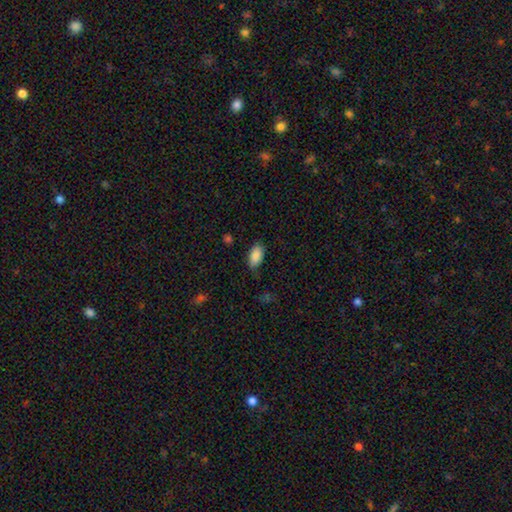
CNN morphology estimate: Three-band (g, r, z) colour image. It shows a smooth galaxy with no disk features (88%) that is in between round and cigar-shaped (94%). Merging: none (82%).